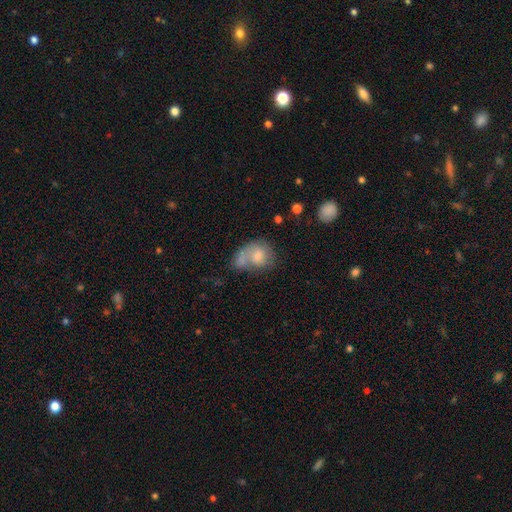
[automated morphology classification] Smooth or featured?
  - smooth: 65% *
  - featured or disk: 26%
  - star or artifact: 8%
How rounded?
  - round: 50% *
  - in between: 48%
  - cigar-shaped: 1%
Merging?
  - merger: 41% *
  - none: 27%
  - minor disturbance: 17%
  - major disturbance: 15%